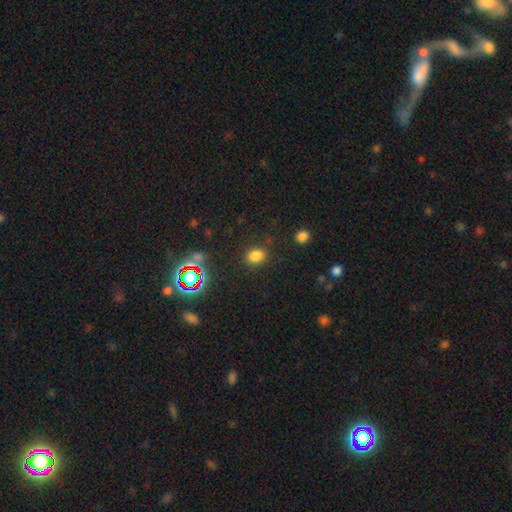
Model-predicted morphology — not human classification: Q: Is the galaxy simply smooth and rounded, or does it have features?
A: smooth — 77%.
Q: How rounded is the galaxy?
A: in between — 60%.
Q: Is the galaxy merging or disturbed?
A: none — 84%.